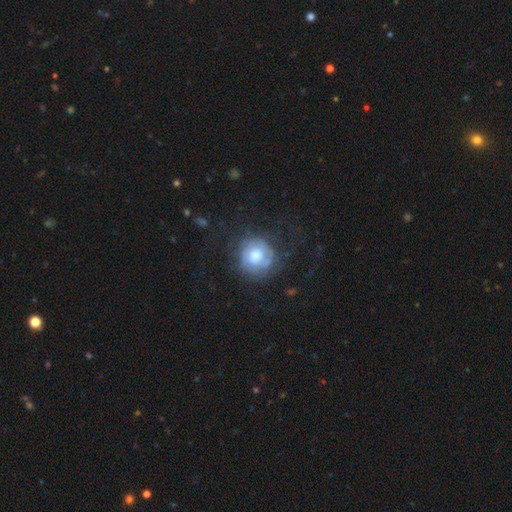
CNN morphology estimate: Smooth or featured?
  - featured or disk: 48% *
  - smooth: 43%
  - star or artifact: 9%
Merging?
  - none: 61% *
  - minor disturbance: 20%
  - major disturbance: 17%
  - merger: 2%